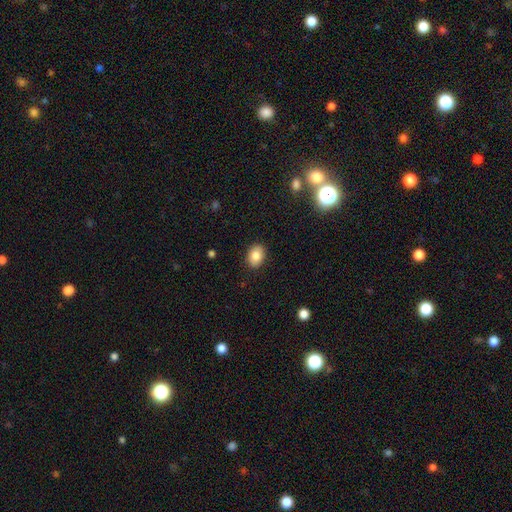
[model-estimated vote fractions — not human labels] smooth-or-featured: smooth: 84% | star or artifact: 8% | featured or disk: 7%
  how-rounded: in between: 72% | round: 27% | cigar-shaped: 1%
  merging: none: 89% | minor disturbance: 8% | major disturbance: 2% | merger: 1%